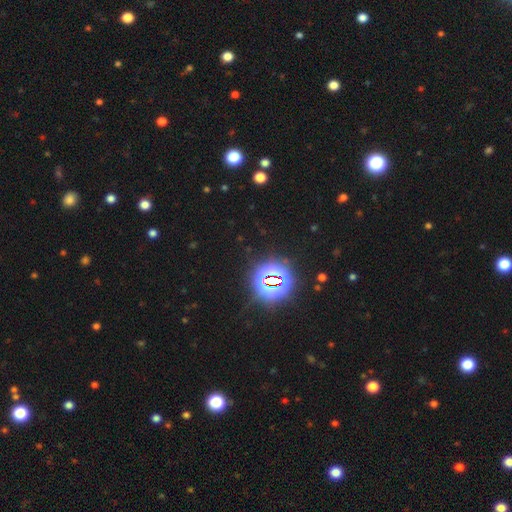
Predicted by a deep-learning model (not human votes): This is clearly a star or artifact rather than a galaxy (84%).